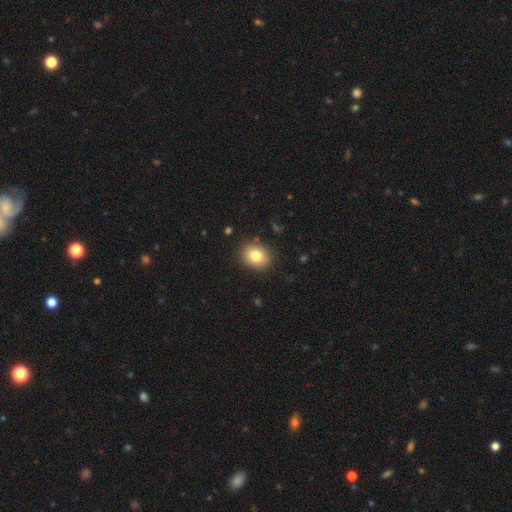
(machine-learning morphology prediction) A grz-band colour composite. It shows a smooth galaxy with no disk features (81%) that is round (54%). Merging: none (87%).